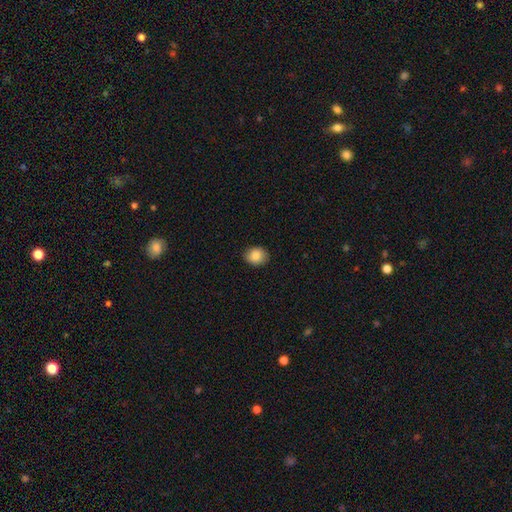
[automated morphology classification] A smooth galaxy with no disk features (86%) that is round (55%).

Vote fractions:
- Smooth or featured? smooth: 86% / star or artifact: 8% / featured or disk: 6%
- How rounded? round: 55% / in between: 44% / cigar-shaped: 1%
- Merging? none: 88% / minor disturbance: 9% / major disturbance: 2% / merger: 1%